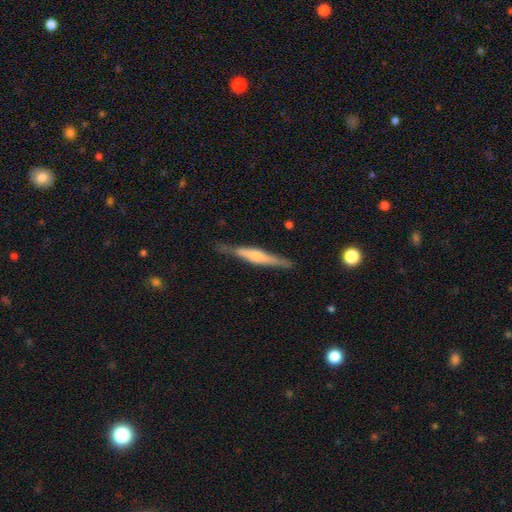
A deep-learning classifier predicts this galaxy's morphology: Smooth or featured: featured or disk — 56% (smooth — 38%)
Edge-on disk: yes — 96% (no — 4%)
Edge-on bulge: rounded — 46% (boxy — 37%)
Merging: none — 79% (minor disturbance — 16%)